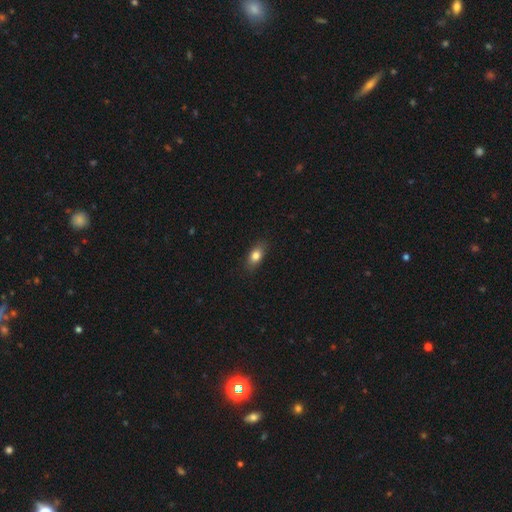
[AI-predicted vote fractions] A smooth galaxy with no disk features (80%) that is in between round and cigar-shaped (82%). Merging: none (85%).